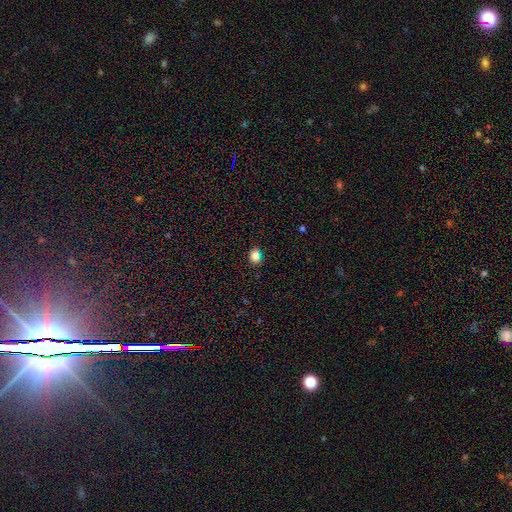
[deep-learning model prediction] Overall: smooth (83%). How rounded: in between (56%; round 43%). Merging: none (79%).